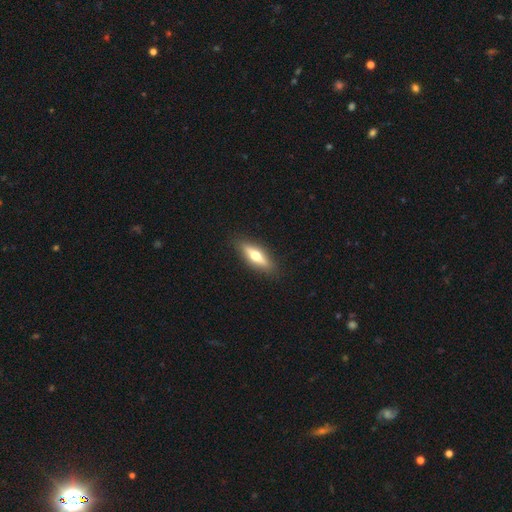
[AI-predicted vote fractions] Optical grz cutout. It shows a featured or disk galaxy (52%) viewed edge-on (89%). Merging: none (89%).